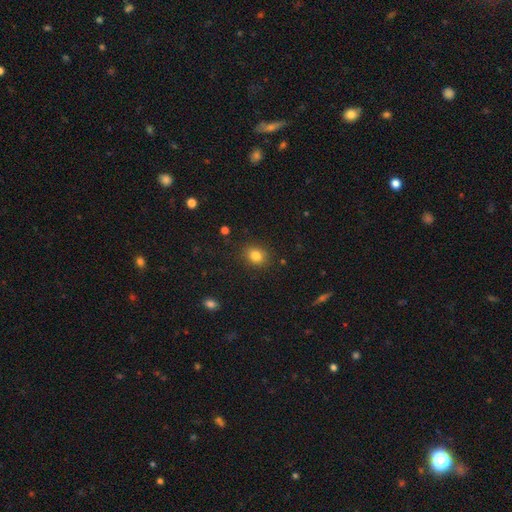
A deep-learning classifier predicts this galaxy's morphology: This appears to be a smooth galaxy with no disk features (83%) that is round (56%). Merging: none (87%).